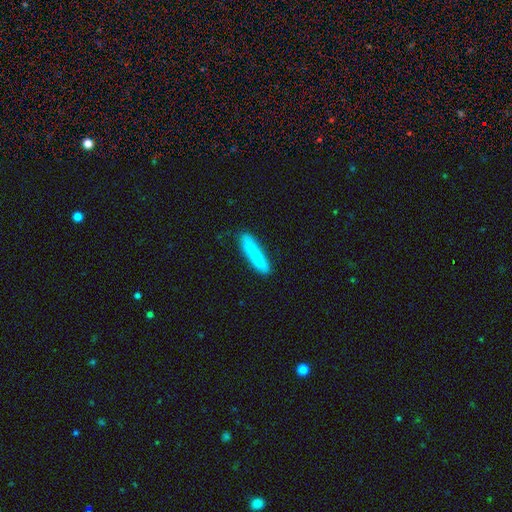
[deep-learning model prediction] The model was most divided on "merging": none: 70%, minor disturbance: 20%, merger: 6%, major disturbance: 5%. More confident: how rounded — cigar-shaped (88%); smooth or featured — smooth (78%).